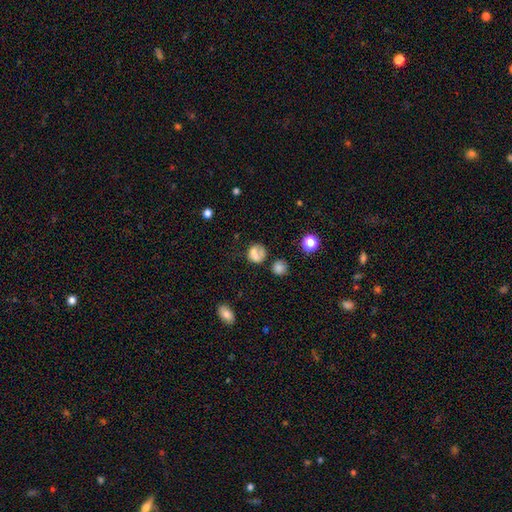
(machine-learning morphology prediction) Smooth or featured?
  - smooth: 64% *
  - featured or disk: 21%
  - star or artifact: 15%
How rounded?
  - round: 63% *
  - in between: 35%
  - cigar-shaped: 1%
Merging?
  - none: 43% *
  - merger: 21%
  - minor disturbance: 20%
  - major disturbance: 16%